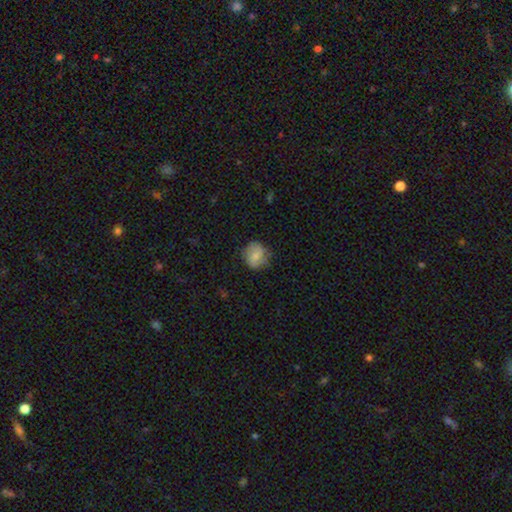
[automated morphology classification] Q: Smooth or featured?
A: smooth (68%); runner-up: featured or disk (25%)
Q: How rounded?
A: round (79%); runner-up: in between (20%)
Q: Merging?
A: none (74%); runner-up: minor disturbance (20%)